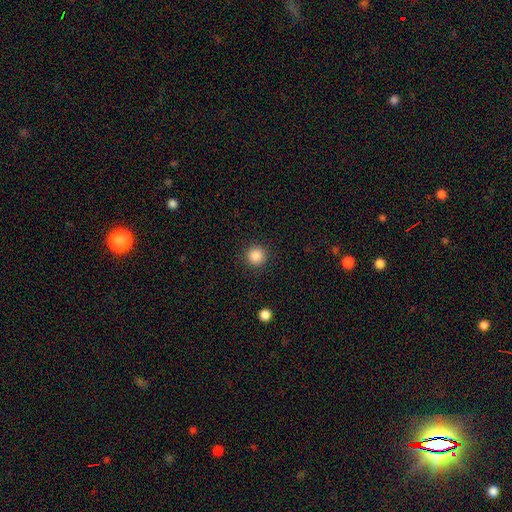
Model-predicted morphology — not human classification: Smooth or featured: smooth — 87% (star or artifact — 10%)
How rounded: round — 95% (in between — 4%)
Merging: none — 91% (minor disturbance — 5%)